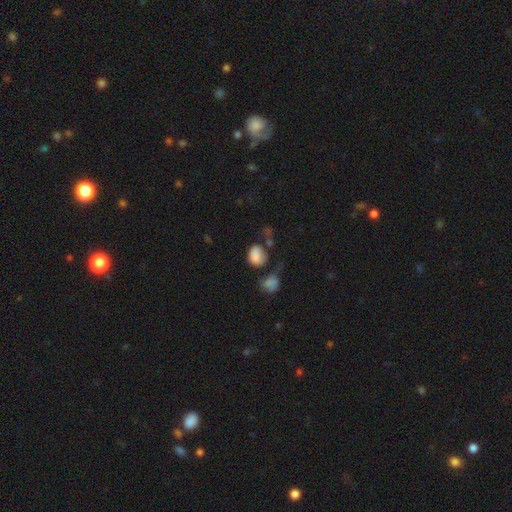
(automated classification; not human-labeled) Smooth or featured: smooth — 82% (star or artifact — 10%)
How rounded: in between — 58% (round — 41%)
Merging: none — 45% (minor disturbance — 22%)